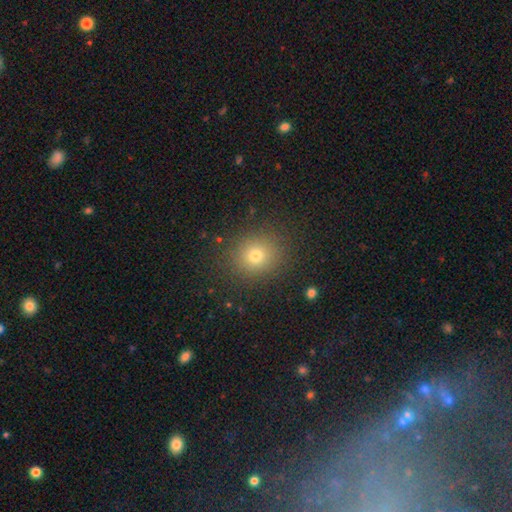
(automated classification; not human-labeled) Overall: smooth (74%). How rounded: round (80%). Merging: none (89%).